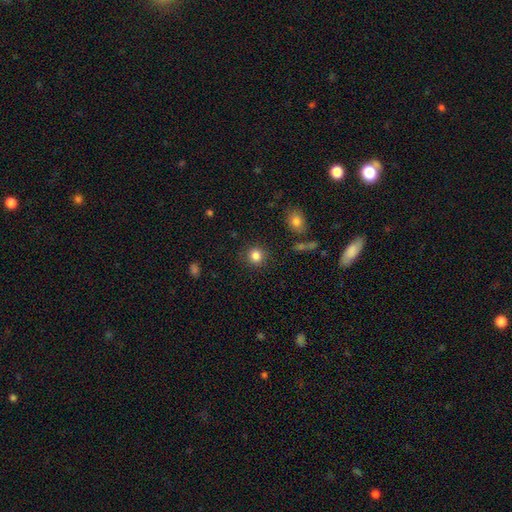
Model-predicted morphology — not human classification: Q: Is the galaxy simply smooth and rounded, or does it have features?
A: smooth — 84%.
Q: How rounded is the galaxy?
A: round — 90%.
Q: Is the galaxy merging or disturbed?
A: none — 88%.